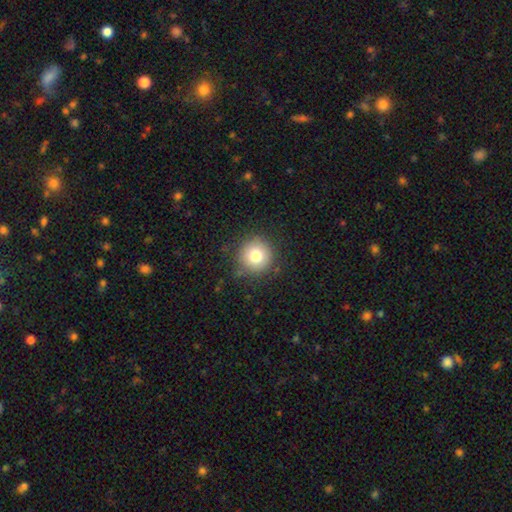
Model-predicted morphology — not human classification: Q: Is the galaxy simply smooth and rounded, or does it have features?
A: smooth — 79%.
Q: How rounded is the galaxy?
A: round — 95%.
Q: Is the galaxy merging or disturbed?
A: none — 86%.